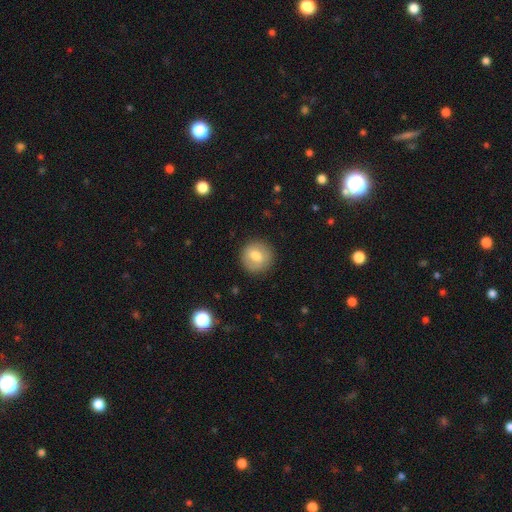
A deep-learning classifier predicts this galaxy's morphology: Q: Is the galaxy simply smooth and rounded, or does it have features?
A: smooth — 73%.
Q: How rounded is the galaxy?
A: round — 92%.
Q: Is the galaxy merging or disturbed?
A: none — 89%.